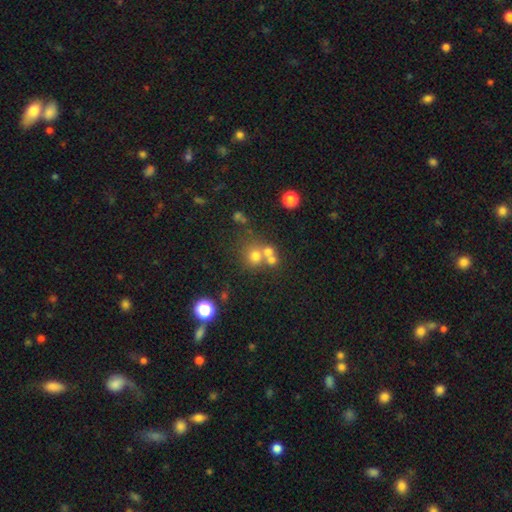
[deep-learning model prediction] A smooth galaxy with no disk features (65%) that is round (86%).

Vote fractions:
- Smooth or featured? smooth: 65% / star or artifact: 19% / featured or disk: 16%
- How rounded? round: 86% / in between: 13% / cigar-shaped: 1%
- Merging? none: 48% / merger: 39% / minor disturbance: 8% / major disturbance: 5%